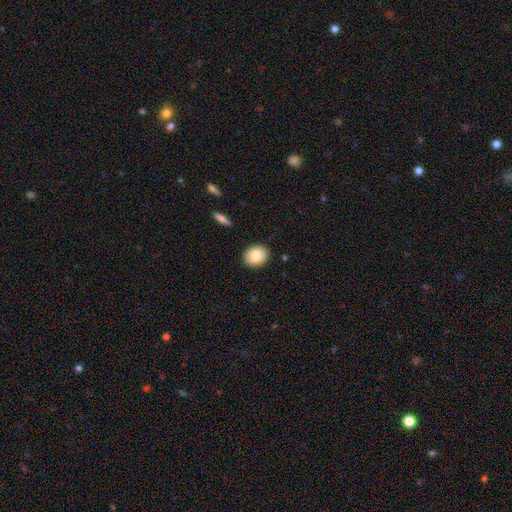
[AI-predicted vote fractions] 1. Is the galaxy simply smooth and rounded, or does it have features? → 83% smooth, 10% featured or disk, 8% star or artifact.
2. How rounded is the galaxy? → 57% round, 42% in between, 1% cigar-shaped.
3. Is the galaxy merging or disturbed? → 89% none, 8% minor disturbance, 2% major disturbance, 1% merger.